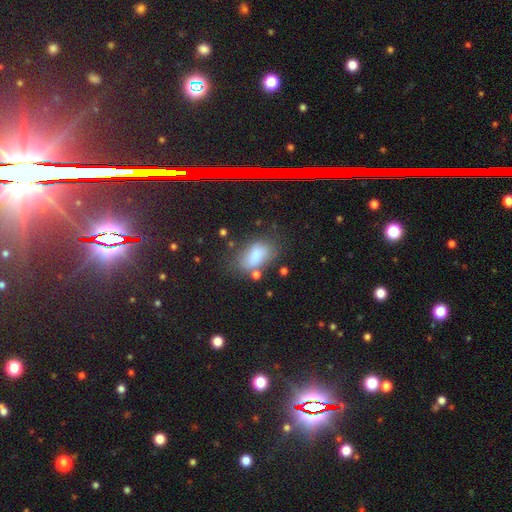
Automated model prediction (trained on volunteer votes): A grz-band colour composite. It shows a smooth galaxy with no disk features (76%) that is in between round and cigar-shaped (88%). Merging: none (53%).